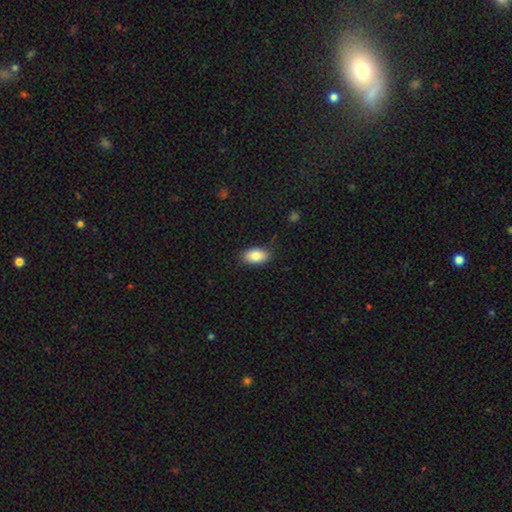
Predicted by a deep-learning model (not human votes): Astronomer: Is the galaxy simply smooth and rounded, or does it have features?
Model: smooth — 86%.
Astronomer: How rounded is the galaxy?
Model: in between — 93%.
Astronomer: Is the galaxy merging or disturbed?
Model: none — 85%.